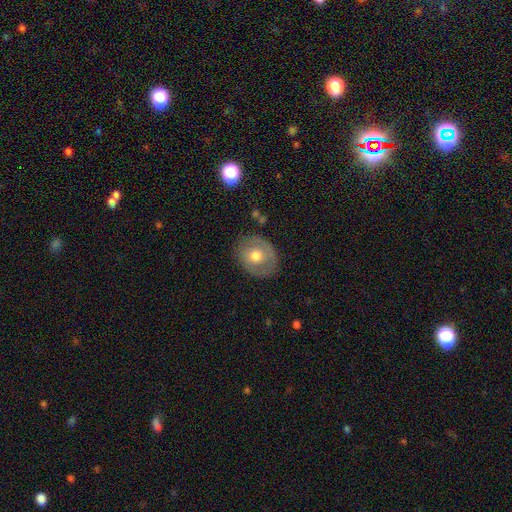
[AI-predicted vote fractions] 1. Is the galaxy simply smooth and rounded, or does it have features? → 58% smooth, 35% featured or disk, 7% star or artifact.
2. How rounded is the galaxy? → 55% round, 44% in between, 1% cigar-shaped.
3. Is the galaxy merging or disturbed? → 80% none, 14% minor disturbance, 4% major disturbance, 2% merger.